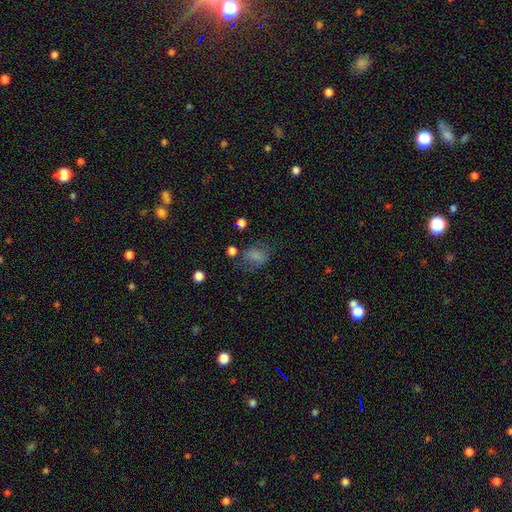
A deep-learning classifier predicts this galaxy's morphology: smooth_or_featured: smooth (p=0.70) [alt: featured or disk p=0.15]
how_rounded: in between (p=0.65) [alt: round p=0.33]
merging: none (p=0.49) [alt: minor disturbance p=0.25]